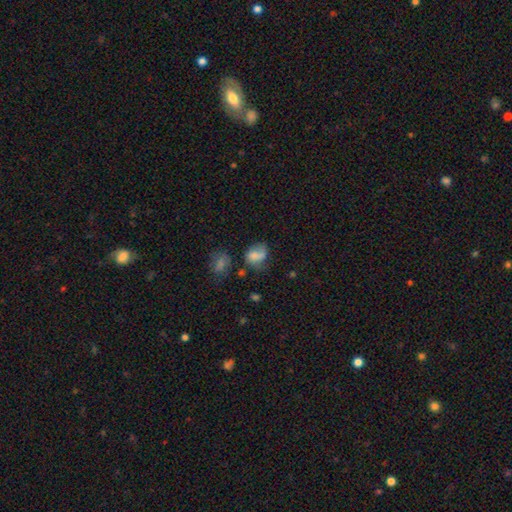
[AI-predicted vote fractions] Smooth or featured: smooth — 66% (featured or disk — 23%)
How rounded: in between — 60% (round — 39%)
Merging: none — 38% (minor disturbance — 29%)